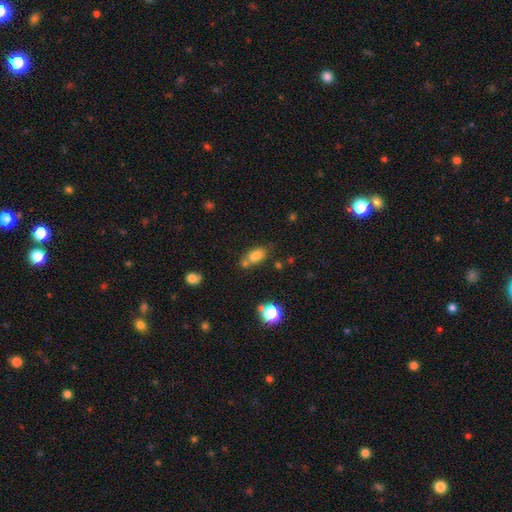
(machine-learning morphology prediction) Smooth or featured? Predicted: smooth (p=0.79). How rounded? Predicted: in between (p=0.85). Merging? Predicted: none (p=0.56).